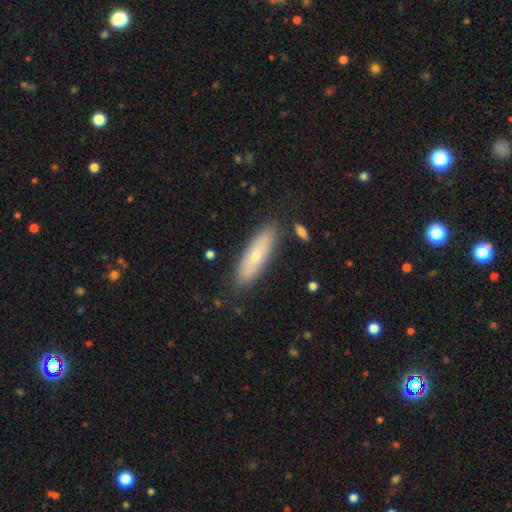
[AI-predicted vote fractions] Q: Smooth or featured?
A: smooth (63%); runner-up: featured or disk (31%)
Q: How rounded?
A: cigar-shaped (59%); runner-up: in between (39%)
Q: Merging?
A: none (84%); runner-up: minor disturbance (11%)